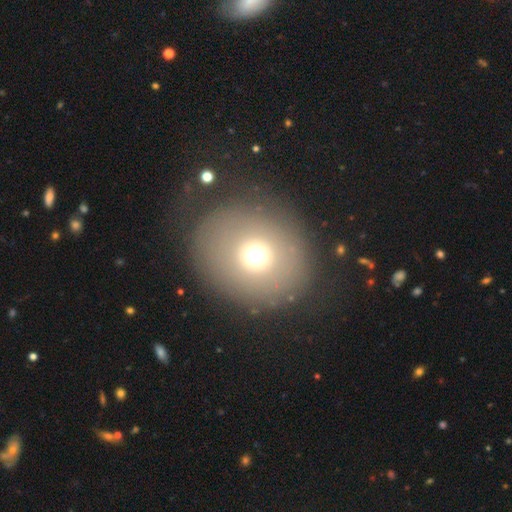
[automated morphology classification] Overall: smooth (67%). How rounded: round (73%). Merging: none (81%).